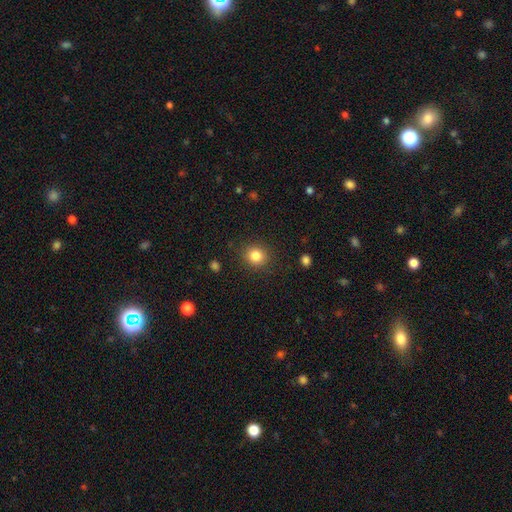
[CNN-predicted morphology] A smooth galaxy with no disk features (83%) that is round (87%). Merging: none (89%).